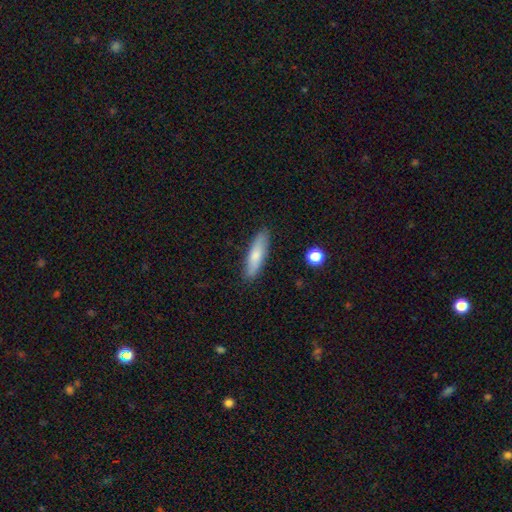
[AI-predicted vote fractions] Smooth or featured? Predicted: smooth (p=0.73). How rounded? Predicted: cigar-shaped (p=0.67). Merging? Predicted: none (p=0.86).